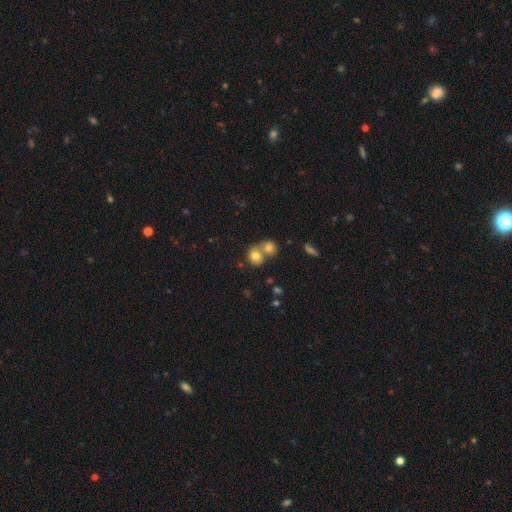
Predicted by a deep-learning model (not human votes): Smooth or featured: smooth — 75% (featured or disk — 14%)
How rounded: round — 68% (in between — 30%)
Merging: merger — 56% (none — 34%)